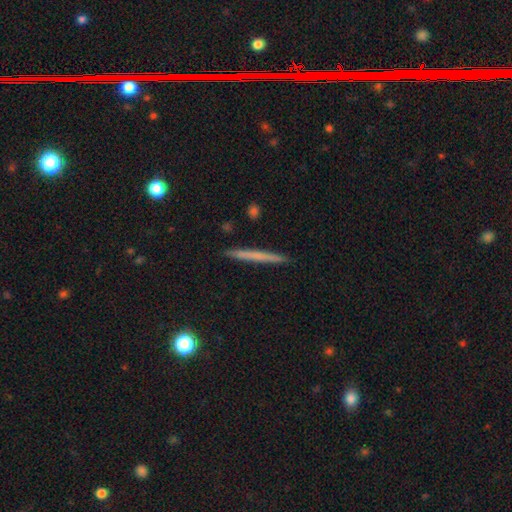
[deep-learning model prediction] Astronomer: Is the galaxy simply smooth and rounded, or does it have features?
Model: smooth — 56% (runner-up: featured or disk, 38%).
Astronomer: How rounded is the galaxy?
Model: cigar-shaped — 97%.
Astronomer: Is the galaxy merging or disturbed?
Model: none — 92%.